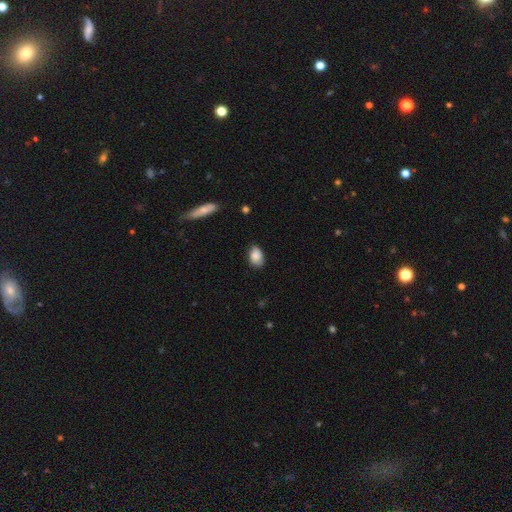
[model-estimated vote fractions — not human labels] This appears to be a smooth galaxy with no disk features (86%) that is in between round and cigar-shaped (87%). Merging: none (73%).